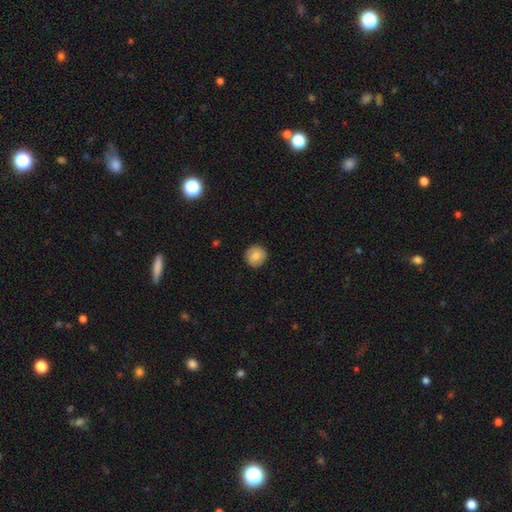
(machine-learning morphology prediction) smooth-or-featured: smooth: 83% | featured or disk: 9% | star or artifact: 8%
  how-rounded: round: 94% | in between: 5% | cigar-shaped: 1%
  merging: none: 90% | minor disturbance: 7% | major disturbance: 2% | merger: 1%